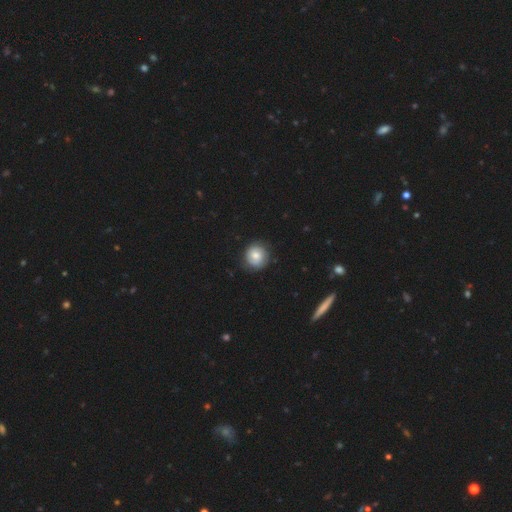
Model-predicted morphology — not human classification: Smooth or featured?
  - smooth: 68% *
  - featured or disk: 24%
  - star or artifact: 8%
How rounded?
  - round: 86% *
  - in between: 13%
  - cigar-shaped: 1%
Merging?
  - none: 81% *
  - minor disturbance: 14%
  - major disturbance: 4%
  - merger: 1%